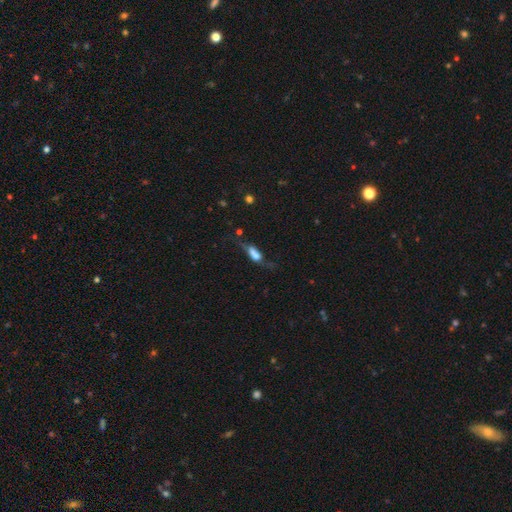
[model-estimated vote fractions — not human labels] A smooth galaxy with no disk features (51%) that is in between round and cigar-shaped (60%).

Vote fractions:
- Smooth or featured? smooth: 51% / featured or disk: 36% / star or artifact: 13%
- How rounded? in between: 60% / cigar-shaped: 34% / round: 6%
- Merging? none: 34% / major disturbance: 31% / minor disturbance: 23% / merger: 11%